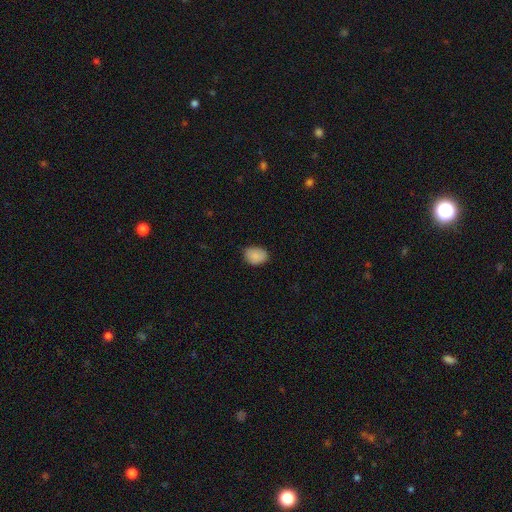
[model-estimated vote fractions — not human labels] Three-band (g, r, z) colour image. It shows a smooth galaxy with no disk features (88%) that is in between round and cigar-shaped (71%). Merging: none (79%).